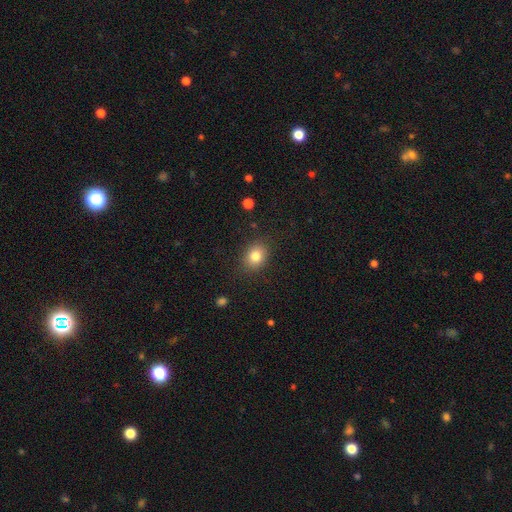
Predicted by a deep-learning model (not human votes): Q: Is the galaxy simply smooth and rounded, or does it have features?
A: smooth — 81%.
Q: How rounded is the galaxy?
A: in between — 55%.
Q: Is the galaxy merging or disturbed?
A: none — 85%.